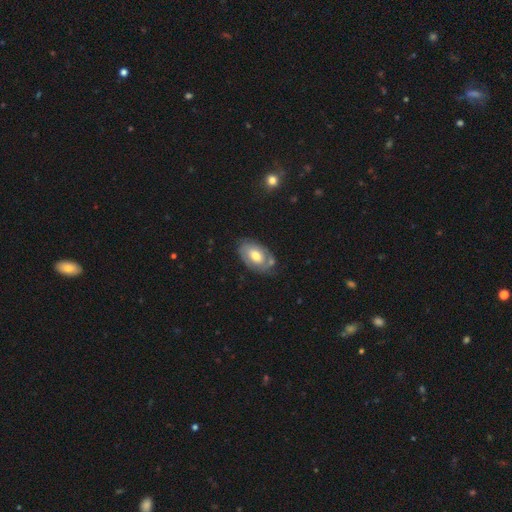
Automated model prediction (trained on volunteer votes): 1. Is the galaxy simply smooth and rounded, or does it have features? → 48% featured or disk, 46% smooth, 6% star or artifact.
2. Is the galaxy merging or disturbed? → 65% none, 22% minor disturbance, 7% major disturbance, 6% merger.